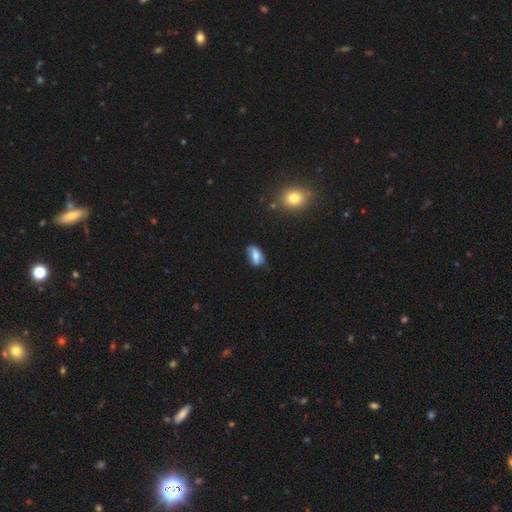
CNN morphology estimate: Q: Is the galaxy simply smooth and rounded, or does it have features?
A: smooth — 71%.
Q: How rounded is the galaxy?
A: in between — 86%.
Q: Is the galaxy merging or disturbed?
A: none — 64%.